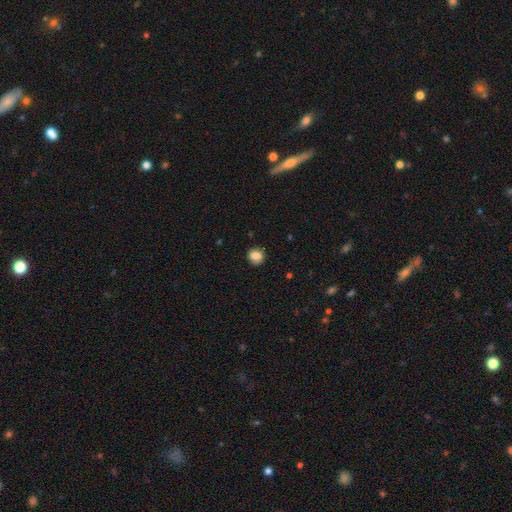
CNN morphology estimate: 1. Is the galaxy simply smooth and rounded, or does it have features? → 81% smooth, 10% star or artifact, 9% featured or disk.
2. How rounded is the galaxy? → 82% round, 17% in between, 1% cigar-shaped.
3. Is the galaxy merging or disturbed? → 86% none, 11% minor disturbance, 2% major disturbance, 1% merger.